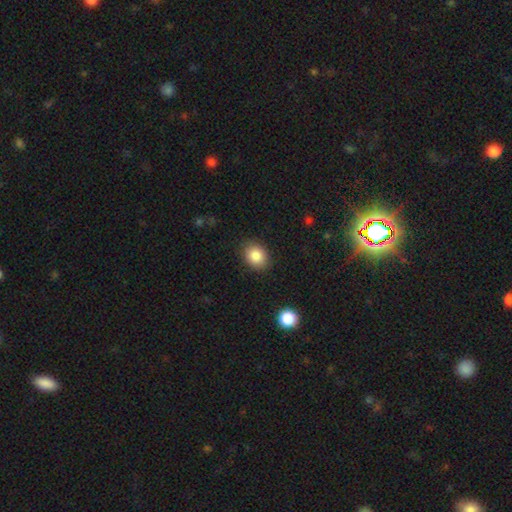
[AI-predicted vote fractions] This appears to be a smooth galaxy with no disk features (85%) that is in between round and cigar-shaped (51%). Merging: none (86%).